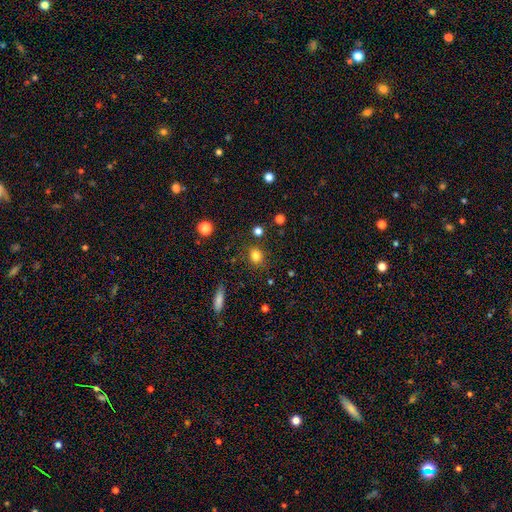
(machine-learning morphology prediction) Smooth or featured? Predicted: smooth (p=0.81). How rounded? Predicted: round (p=0.69). Merging? Predicted: none (p=0.83).